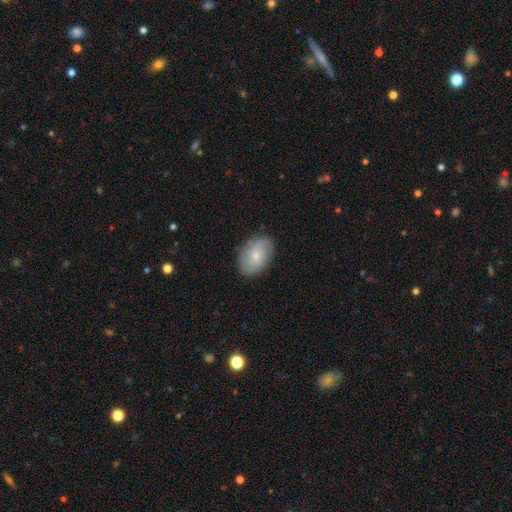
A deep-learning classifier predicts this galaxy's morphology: smooth-or-featured: smooth: 72% | featured or disk: 22% | star or artifact: 7%
  how-rounded: in between: 85% | round: 13% | cigar-shaped: 1%
  merging: none: 84% | minor disturbance: 13% | major disturbance: 3% | merger: 1%